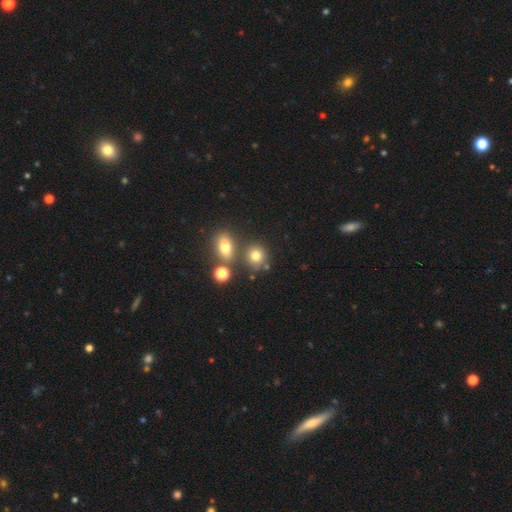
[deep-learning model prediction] Smooth or featured? smooth (76%)
How rounded? round (78%)
Merging? none (64%)